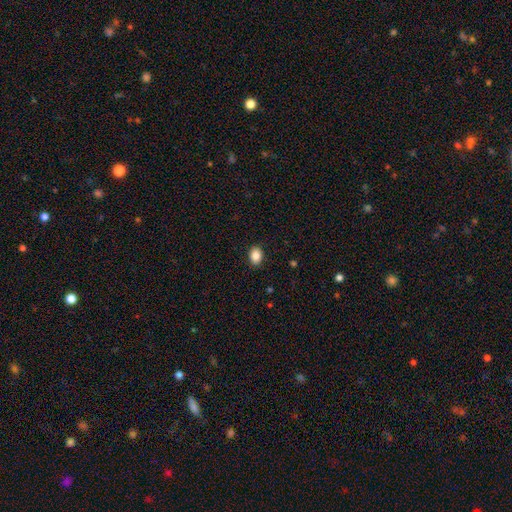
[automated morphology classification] smooth-or-featured: smooth: 86% | star or artifact: 9% | featured or disk: 5%
  how-rounded: in between: 72% | round: 27% | cigar-shaped: 1%
  merging: none: 90% | minor disturbance: 7% | major disturbance: 2% | merger: 1%